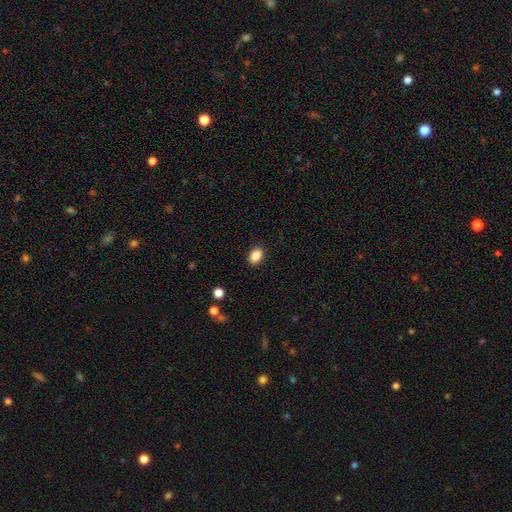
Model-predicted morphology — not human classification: This appears to be a smooth galaxy with no disk features (88%) that is in between round and cigar-shaped (79%). Merging: none (89%).